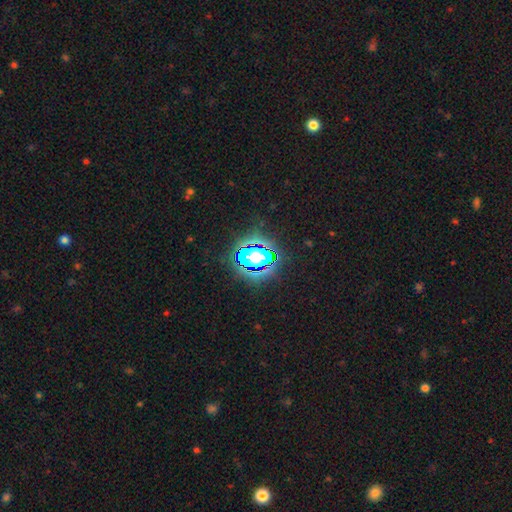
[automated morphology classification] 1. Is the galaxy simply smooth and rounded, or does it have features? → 80% star or artifact, 13% smooth, 7% featured or disk.